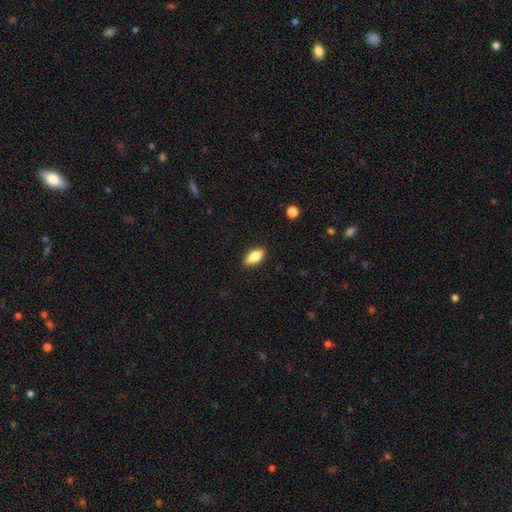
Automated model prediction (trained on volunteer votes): Q: Smooth or featured?
A: smooth (81%); runner-up: featured or disk (12%)
Q: How rounded?
A: in between (86%); runner-up: cigar-shaped (10%)
Q: Merging?
A: none (87%); runner-up: minor disturbance (10%)